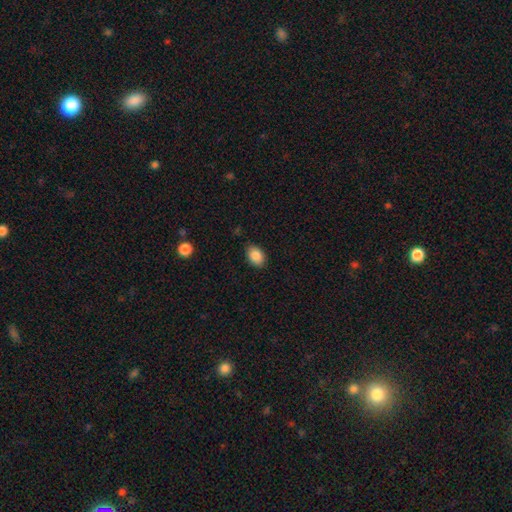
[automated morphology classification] Overall: smooth (87%). How rounded: in between (79%). Merging: none (85%).